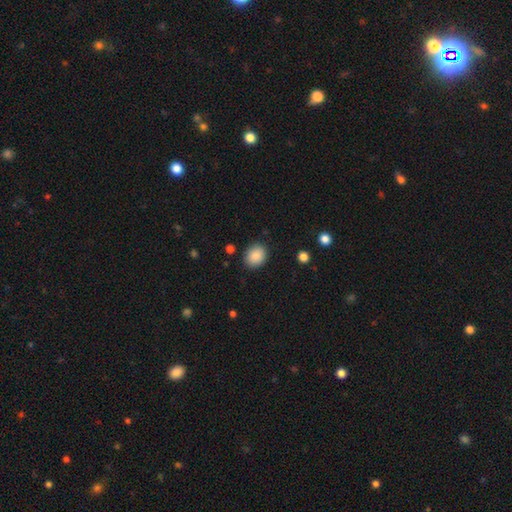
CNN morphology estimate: smooth 88%, star or artifact 8%, featured or disk 4%. Down the decision tree: how rounded — round (53%); merging — none (87%).